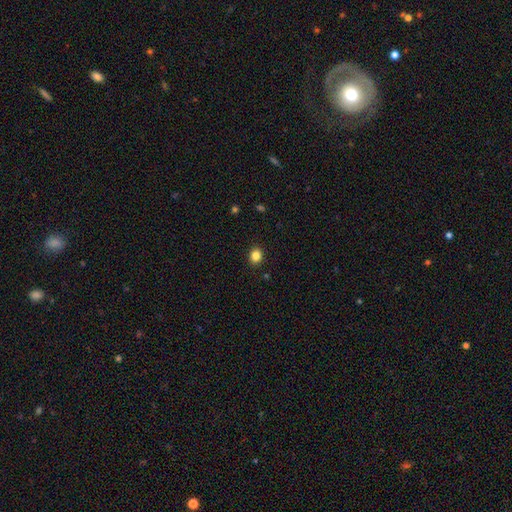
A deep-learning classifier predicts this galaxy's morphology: A smooth galaxy with no disk features (84%) that is round (65%). Merging: none (91%).